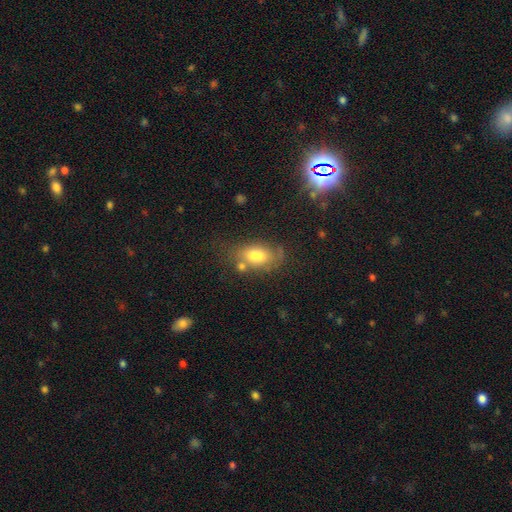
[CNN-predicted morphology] Smooth or featured?
  - smooth: 65% *
  - featured or disk: 23%
  - star or artifact: 12%
How rounded?
  - in between: 84% *
  - round: 10%
  - cigar-shaped: 5%
Merging?
  - none: 44% *
  - merger: 24%
  - minor disturbance: 21%
  - major disturbance: 11%